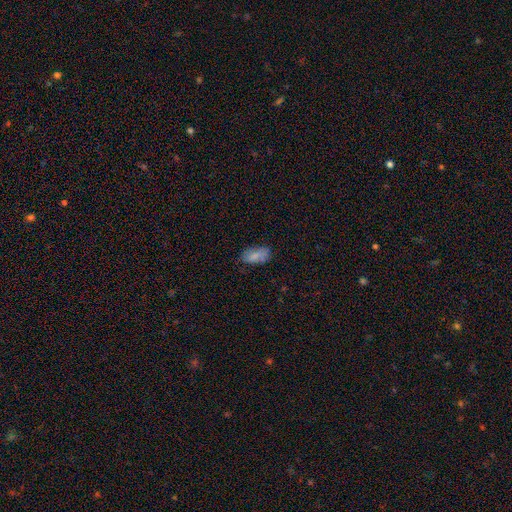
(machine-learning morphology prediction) smooth 81%, featured or disk 11%, star or artifact 8%. Down the decision tree: how rounded — in between (92%); merging — none (71%).